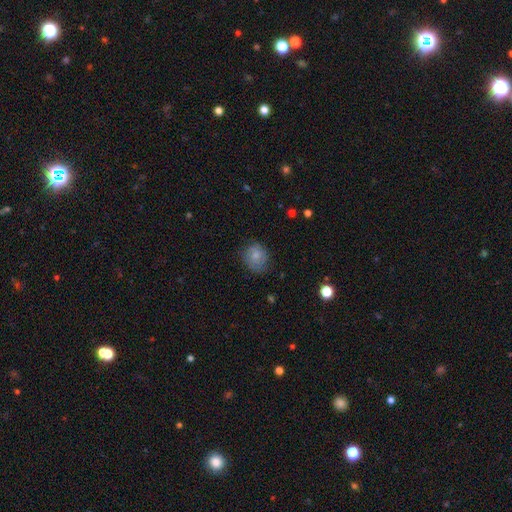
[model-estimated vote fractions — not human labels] Smooth or featured? smooth (73%)
How rounded? round (72%)
Merging? none (70%)